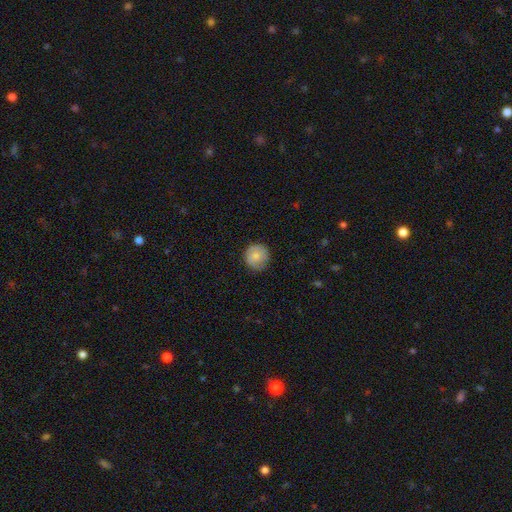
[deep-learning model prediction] The model was most divided on "smooth or featured": smooth: 75%, featured or disk: 18%, star or artifact: 7%. More confident: how rounded — round (92%); merging — none (80%).